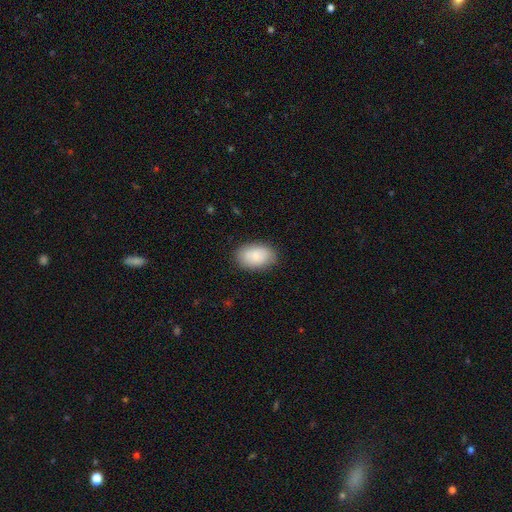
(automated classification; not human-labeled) The model was most divided on "merging": none: 82%, minor disturbance: 13%, major disturbance: 3%, merger: 1%. More confident: how rounded — in between (90%); smooth or featured — smooth (81%).